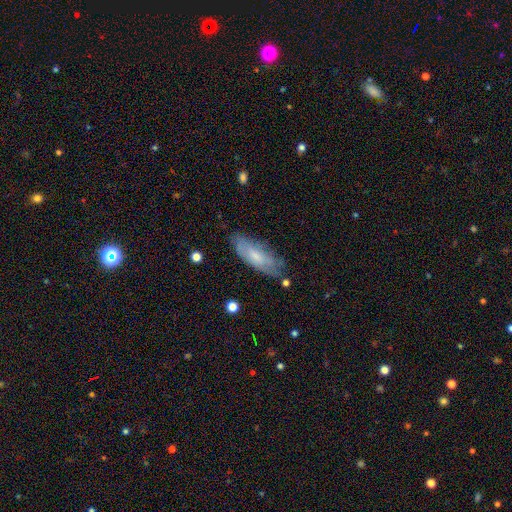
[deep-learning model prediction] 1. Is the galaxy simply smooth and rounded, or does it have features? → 55% smooth, 38% featured or disk, 7% star or artifact.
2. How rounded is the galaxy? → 67% in between, 31% cigar-shaped, 2% round.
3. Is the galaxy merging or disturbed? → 71% none, 22% minor disturbance, 5% major disturbance, 2% merger.